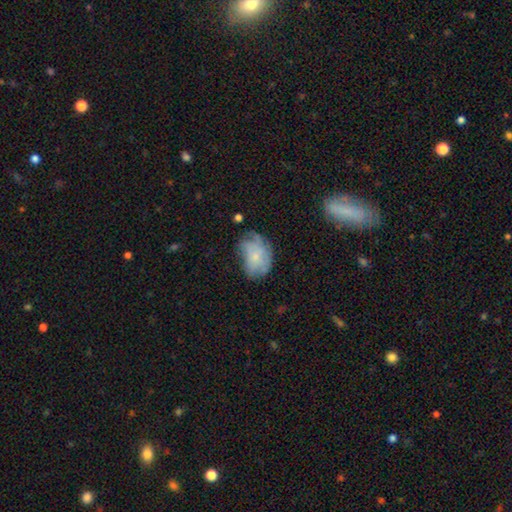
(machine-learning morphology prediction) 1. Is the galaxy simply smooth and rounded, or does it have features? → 54% smooth, 37% featured or disk, 9% star or artifact.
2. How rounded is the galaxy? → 78% in between, 21% round, 1% cigar-shaped.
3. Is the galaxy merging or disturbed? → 45% none, 33% minor disturbance, 19% major disturbance, 2% merger.